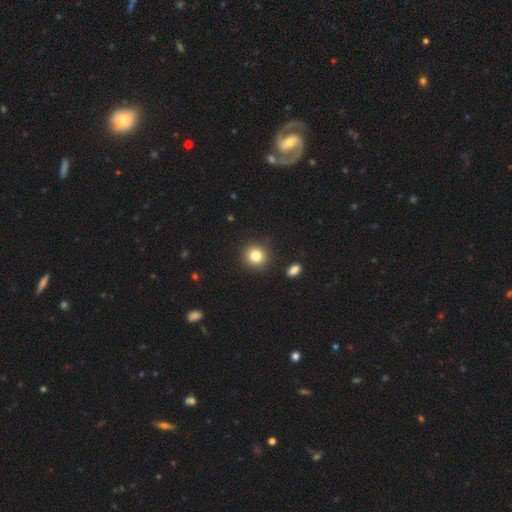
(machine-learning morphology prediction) Smooth or featured: smooth — 82% (star or artifact — 11%)
How rounded: round — 90% (in between — 9%)
Merging: none — 89% (minor disturbance — 7%)